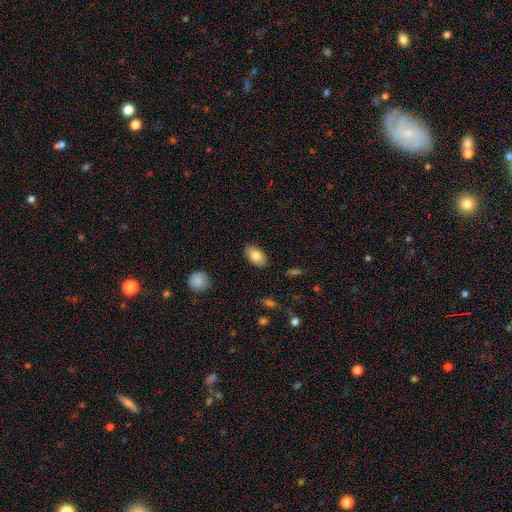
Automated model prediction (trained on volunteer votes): smooth_or_featured: smooth (p=0.82) [alt: featured or disk p=0.11]
how_rounded: in between (p=0.92) [alt: round p=0.06]
merging: none (p=0.87) [alt: minor disturbance p=0.10]